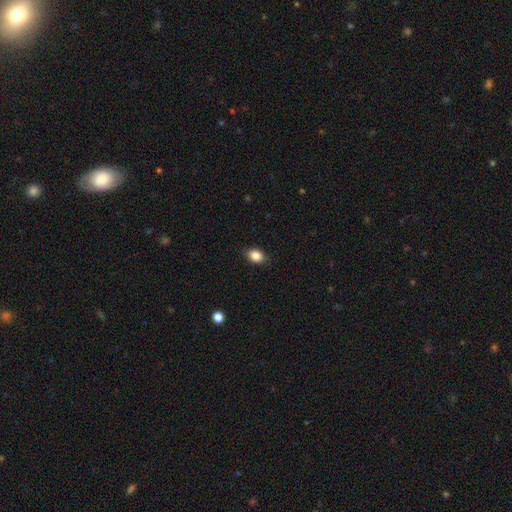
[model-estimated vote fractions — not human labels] Overall: smooth (86%). How rounded: in between (67%; round 32%). Merging: none (85%).